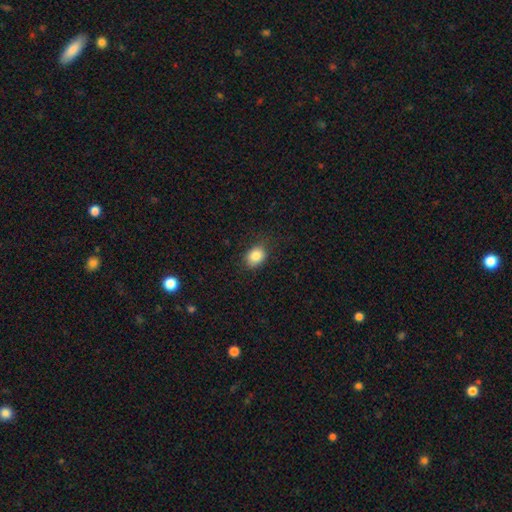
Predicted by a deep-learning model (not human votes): This is clearly a smooth galaxy (84%). How rounded: possibly in between (59%). Merging: clearly none (80%).